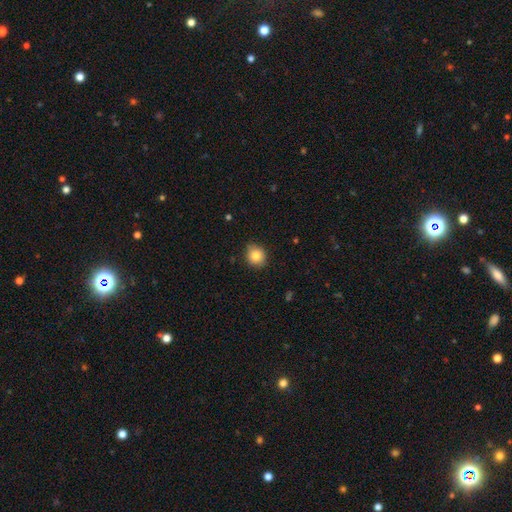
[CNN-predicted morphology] Overall: smooth (84%). How rounded: round (78%). Merging: none (85%).